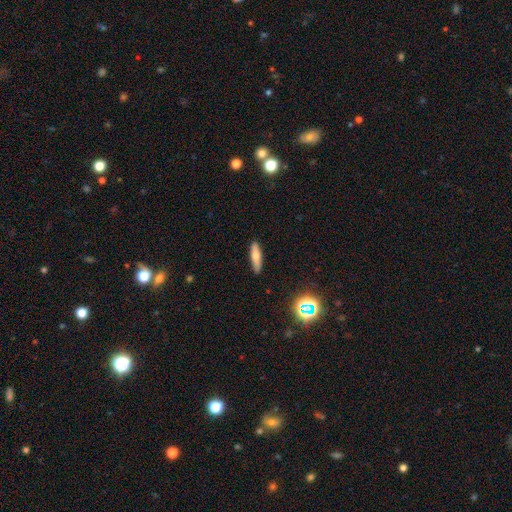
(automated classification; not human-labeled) A smooth galaxy with no disk features (65%) that is cigar-shaped (71%). Merging: none (88%).